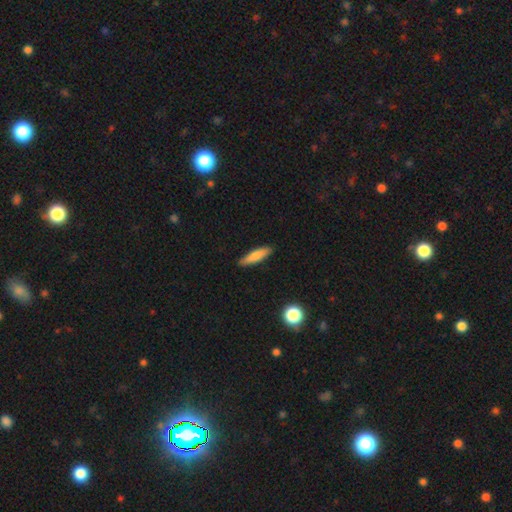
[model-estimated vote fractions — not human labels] Smooth or featured? Predicted: smooth (p=0.76). How rounded? Predicted: cigar-shaped (p=0.75). Merging? Predicted: none (p=0.88).